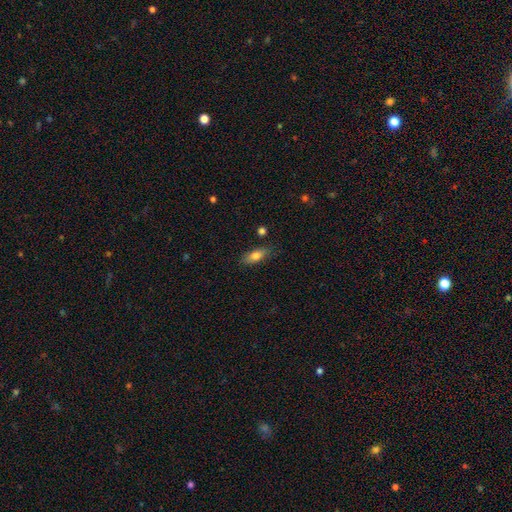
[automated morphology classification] Smooth or featured?
  - smooth: 77% *
  - featured or disk: 15%
  - star or artifact: 8%
How rounded?
  - in between: 74% *
  - cigar-shaped: 23%
  - round: 3%
Merging?
  - none: 81% *
  - minor disturbance: 14%
  - major disturbance: 3%
  - merger: 3%